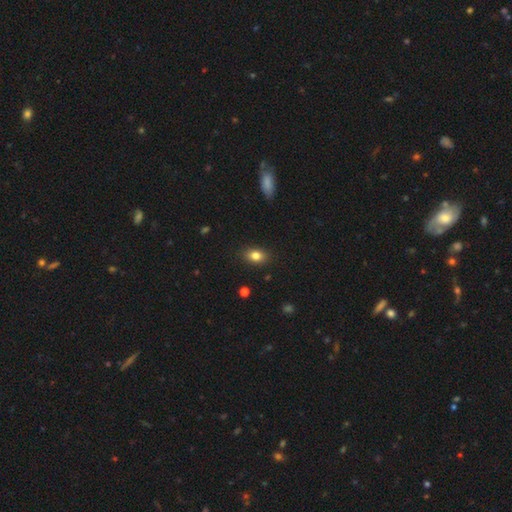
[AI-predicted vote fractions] Overall: smooth (82%). How rounded: in between (79%). Merging: none (86%).